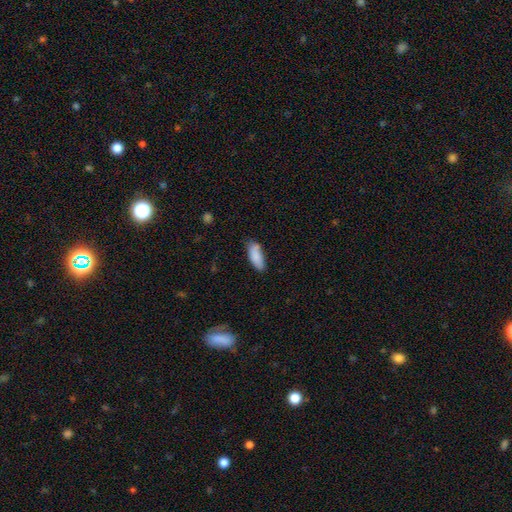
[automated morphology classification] The model was most divided on "how rounded": in between: 74%, cigar-shaped: 24%, round: 2%. More confident: smooth or featured — smooth (87%); merging — none (74%).